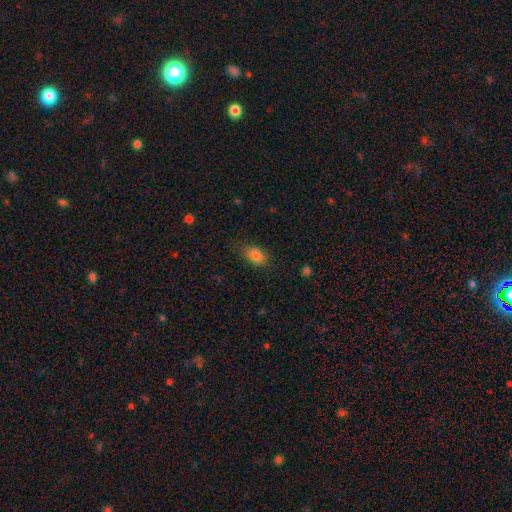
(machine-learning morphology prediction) This appears to be a smooth galaxy with no disk features (83%) that is in between round and cigar-shaped (82%). Merging: none (77%).